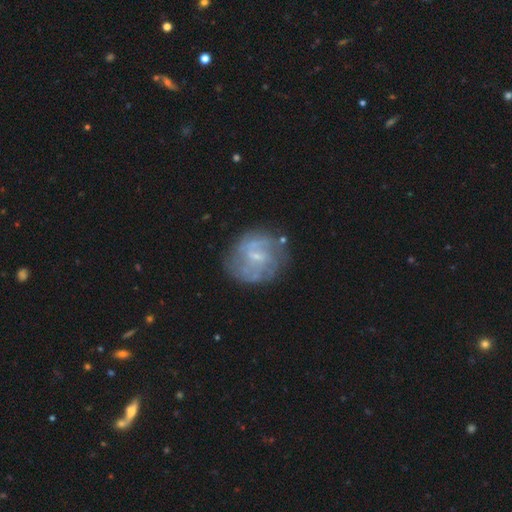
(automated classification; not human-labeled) Morphology: type=featured or disk (71%); edge-on=no (98%); bar=weak (55%); spiral arms=yes (79%); winding=medium (40%); arm count=can't tell (41%); bulge=small (65%); merging=none (72%).